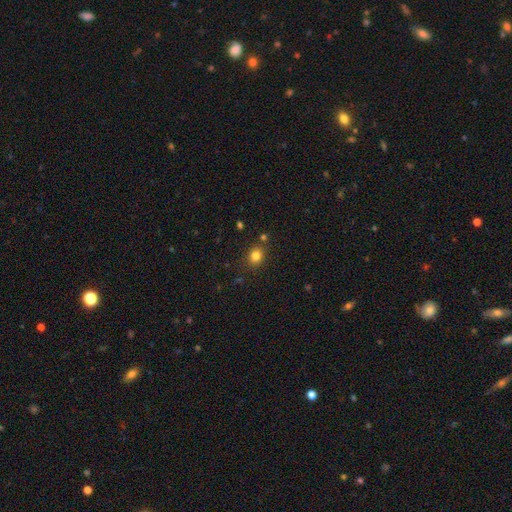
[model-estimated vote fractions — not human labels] smooth_or_featured: smooth (p=0.81) [alt: star or artifact p=0.13]
how_rounded: round (p=0.69) [alt: in between p=0.30]
merging: none (p=0.82) [alt: minor disturbance p=0.10]